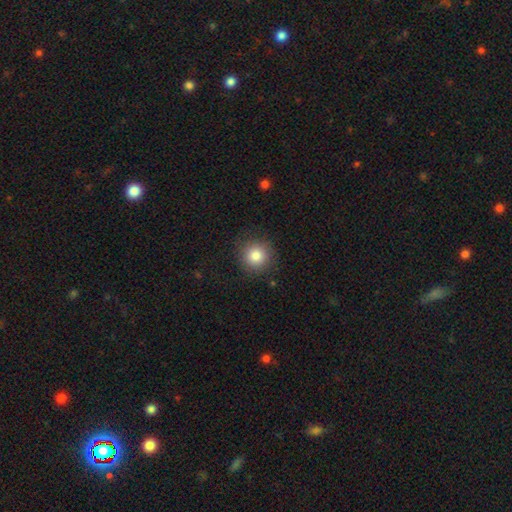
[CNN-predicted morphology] This appears to be a smooth galaxy with no disk features (83%) that is round (94%). Merging: none (88%).